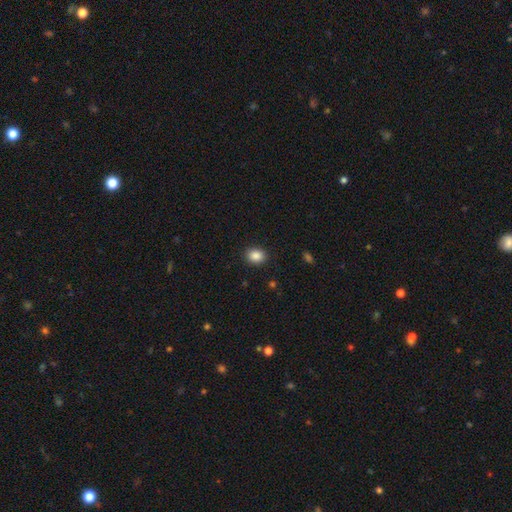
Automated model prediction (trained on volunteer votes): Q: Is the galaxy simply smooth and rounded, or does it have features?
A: smooth — 88%.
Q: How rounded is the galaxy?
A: in between — 55%.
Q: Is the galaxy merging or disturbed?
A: none — 90%.